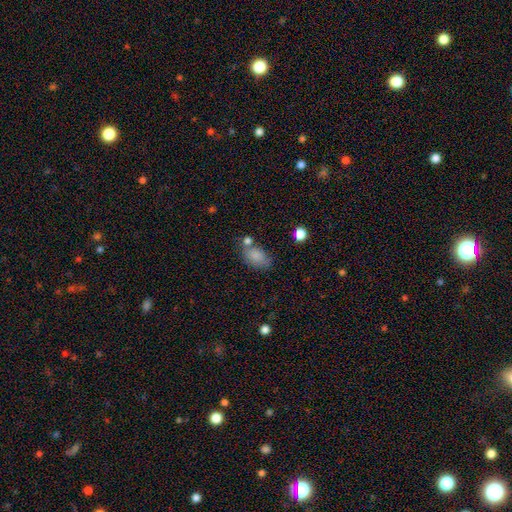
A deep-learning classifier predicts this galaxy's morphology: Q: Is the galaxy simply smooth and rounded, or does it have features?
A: smooth — 81%.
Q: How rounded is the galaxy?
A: in between — 87%.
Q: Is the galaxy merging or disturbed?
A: none — 55%.